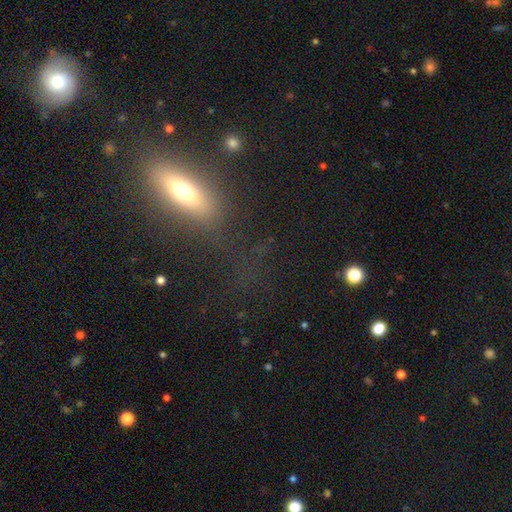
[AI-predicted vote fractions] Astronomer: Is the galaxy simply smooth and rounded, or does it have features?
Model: smooth — 46% (runner-up: featured or disk, 30%).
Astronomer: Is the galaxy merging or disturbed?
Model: none — 75%.